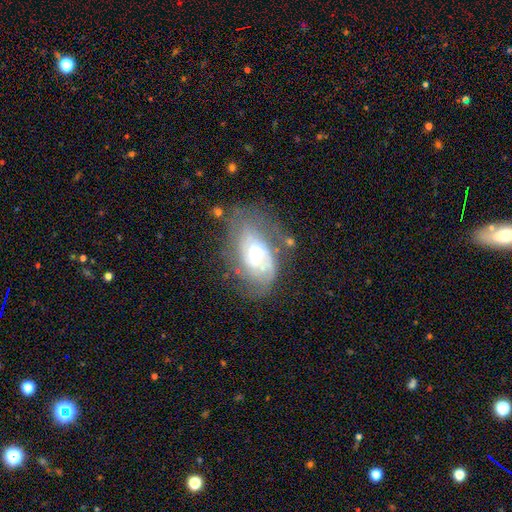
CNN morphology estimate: Q: Smooth or featured?
A: featured or disk (78%); runner-up: smooth (15%)
Q: Edge-on disk?
A: no (95%); runner-up: yes (5%)
Q: Bar?
A: no (71%); runner-up: weak (24%)
Q: Spiral arms?
A: yes (88%); runner-up: no (12%)
Q: Spiral winding?
A: tight (57%); runner-up: medium (31%)
Q: Spiral arm count?
A: can't tell (38%); runner-up: 2 (37%)
Q: Bulge size?
A: moderate (48%); runner-up: small (45%)
Q: Merging?
A: none (56%); runner-up: minor disturbance (24%)